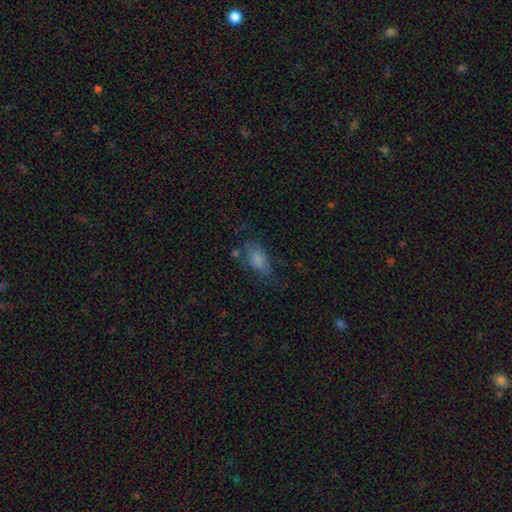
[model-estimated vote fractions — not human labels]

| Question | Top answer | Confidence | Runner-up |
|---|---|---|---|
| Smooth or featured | smooth | 62% | featured or disk (20%) |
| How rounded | in between | 78% | cigar-shaped (15%) |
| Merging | none | 54% | minor disturbance (24%) |